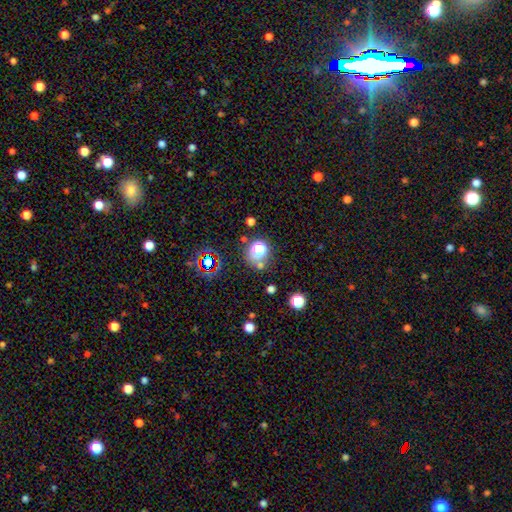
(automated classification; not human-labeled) smooth_or_featured: smooth (p=0.50) [alt: star or artifact p=0.41]
merging: none (p=0.68) [alt: merger p=0.15]